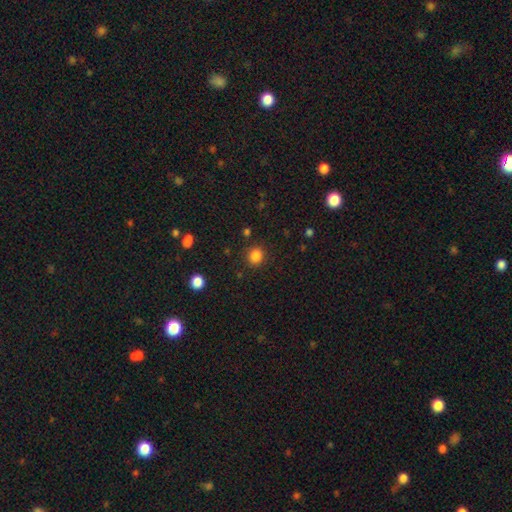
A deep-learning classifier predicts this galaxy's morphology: smooth_or_featured: smooth (p=0.84) [alt: star or artifact p=0.12]
how_rounded: round (p=0.79) [alt: in between p=0.20]
merging: none (p=0.88) [alt: minor disturbance p=0.08]